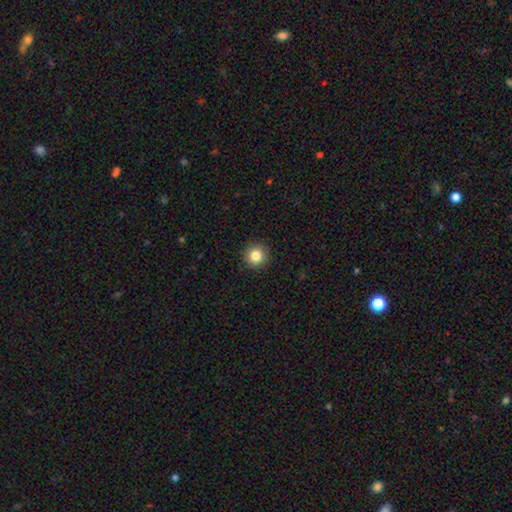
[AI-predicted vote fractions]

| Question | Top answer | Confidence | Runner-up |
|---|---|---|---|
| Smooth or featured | smooth | 84% | star or artifact (11%) |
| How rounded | round | 95% | in between (4%) |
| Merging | none | 93% | minor disturbance (5%) |